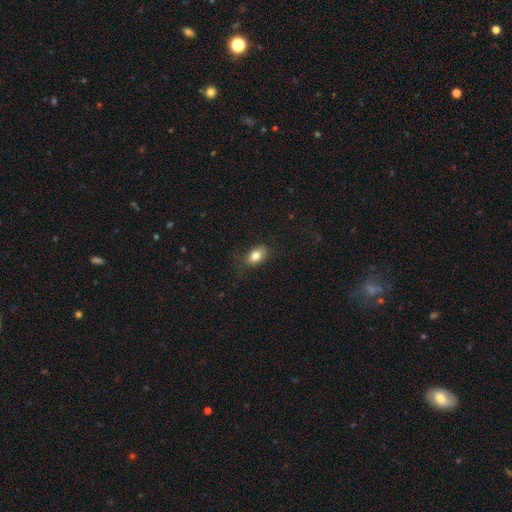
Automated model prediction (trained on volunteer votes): smooth_or_featured: smooth (p=0.82) [alt: featured or disk p=0.09]
how_rounded: in between (p=0.85) [alt: round p=0.13]
merging: none (p=0.75) [alt: minor disturbance p=0.18]